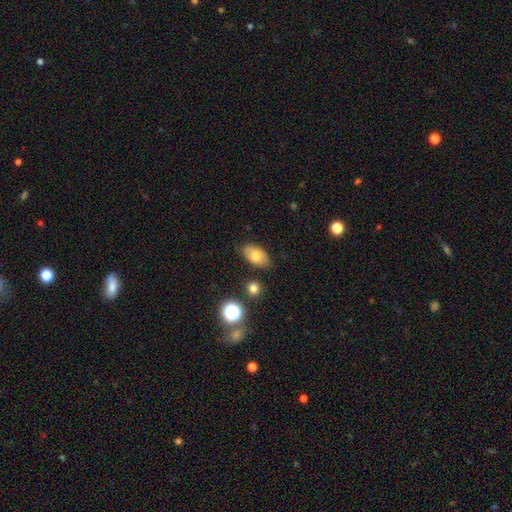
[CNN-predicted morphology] Smooth or featured: smooth — 77% (featured or disk — 14%)
How rounded: in between — 91% (round — 7%)
Merging: none — 82% (minor disturbance — 13%)